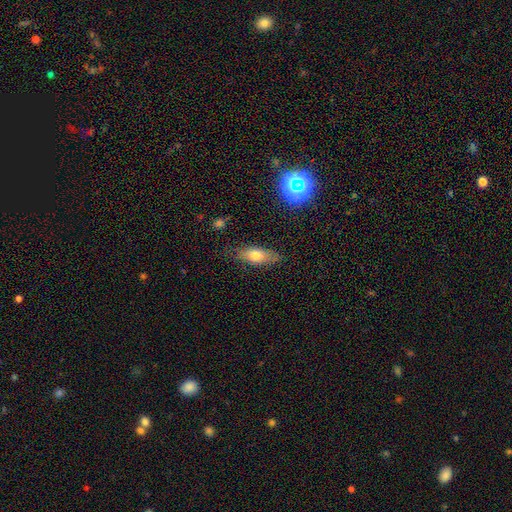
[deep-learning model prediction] A smooth galaxy with no disk features (69%) that is in between round and cigar-shaped (72%).

Vote fractions:
- Smooth or featured? smooth: 69% / featured or disk: 21% / star or artifact: 10%
- How rounded? in between: 72% / cigar-shaped: 23% / round: 5%
- Merging? none: 80% / minor disturbance: 15% / major disturbance: 3% / merger: 2%